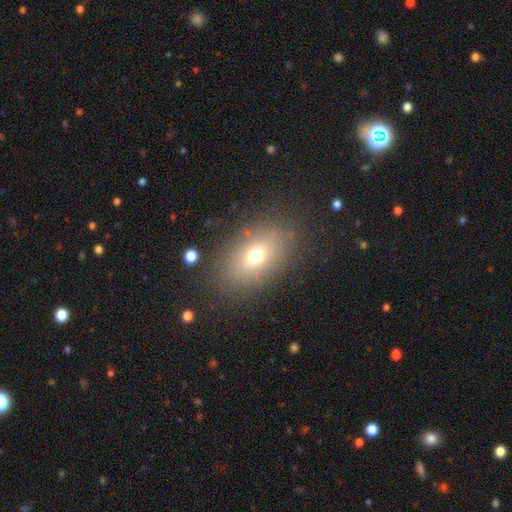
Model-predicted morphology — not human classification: This appears to be a smooth galaxy with no disk features (70%) that is in between round and cigar-shaped (82%). Merging: none (83%).